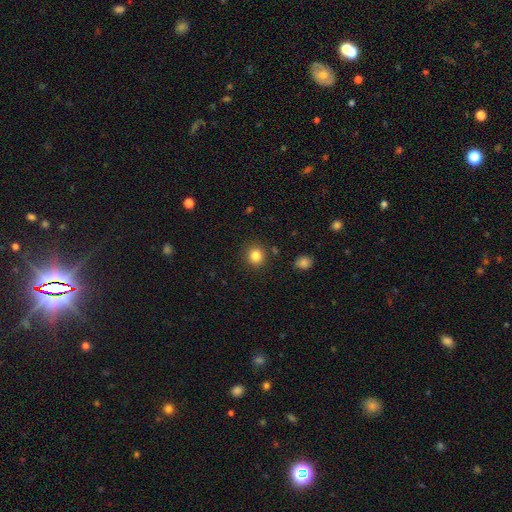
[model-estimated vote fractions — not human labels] This appears to be a smooth galaxy with no disk features (84%) that is round (87%). Merging: none (88%).